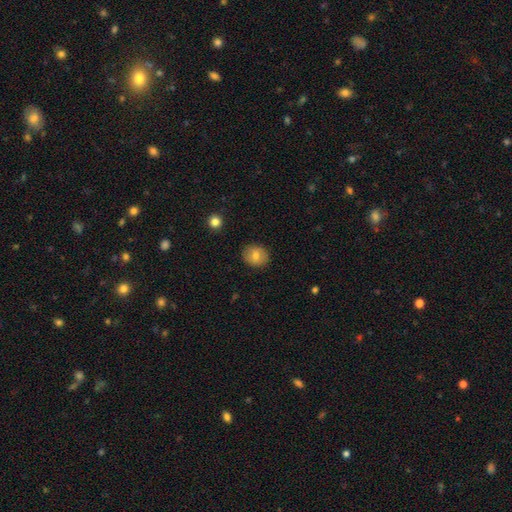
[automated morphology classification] Smooth or featured?
  - smooth: 78% *
  - featured or disk: 14%
  - star or artifact: 9%
How rounded?
  - round: 68% *
  - in between: 31%
  - cigar-shaped: 1%
Merging?
  - none: 88% *
  - minor disturbance: 9%
  - major disturbance: 2%
  - merger: 1%